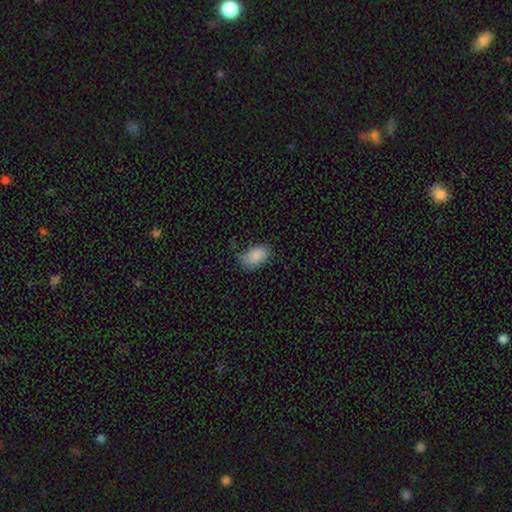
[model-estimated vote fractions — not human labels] Smooth or featured: smooth — 86% (star or artifact — 8%)
How rounded: in between — 91% (round — 8%)
Merging: none — 60% (minor disturbance — 27%)